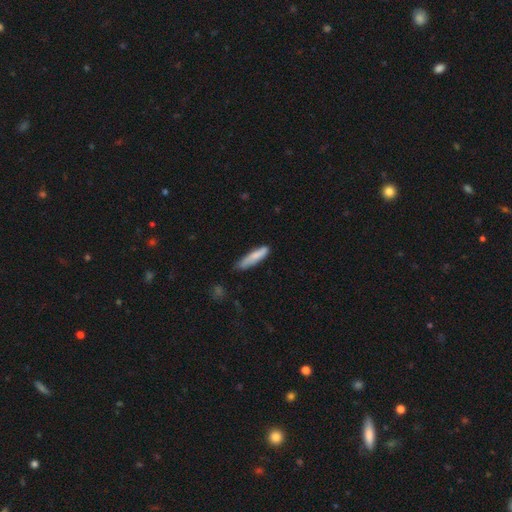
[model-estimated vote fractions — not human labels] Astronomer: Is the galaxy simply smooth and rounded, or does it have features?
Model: smooth — 79%.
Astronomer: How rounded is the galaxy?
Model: cigar-shaped — 81%.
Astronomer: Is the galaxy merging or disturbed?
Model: none — 66%.